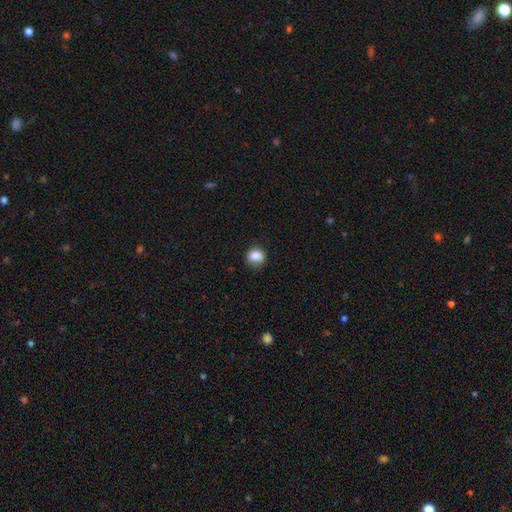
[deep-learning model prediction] Morphology: type=smooth (86%); roundness=round (70%); merging=none (81%).